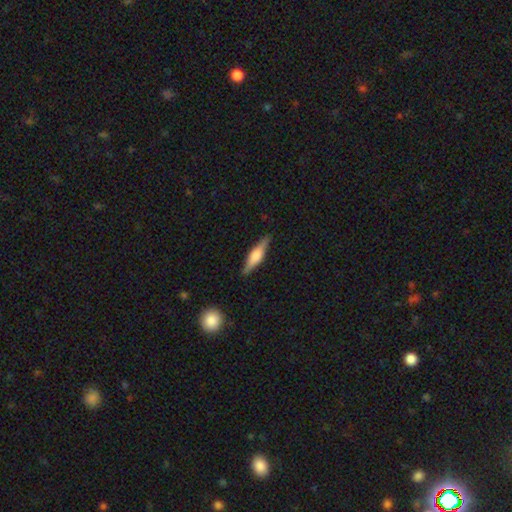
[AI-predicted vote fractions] A featured or disk galaxy (62%) viewed edge-on (97%) with a rounded central bulge (76%).

Vote fractions:
- Smooth or featured? featured or disk: 62% / smooth: 32% / star or artifact: 6%
- Edge-on disk? yes: 97% / no: 3%
- Edge-on bulge? rounded: 76% / boxy: 20% / none: 4%
- Merging? none: 88% / minor disturbance: 9% / major disturbance: 2% / merger: 1%